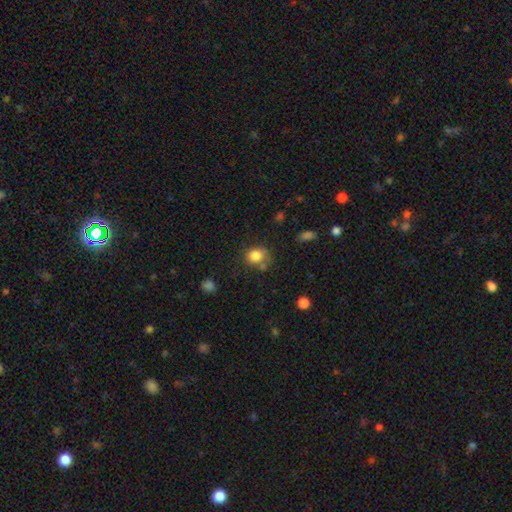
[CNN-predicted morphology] smooth 82%, star or artifact 10%, featured or disk 8%. Down the decision tree: how rounded — round (65%); merging — none (58%).